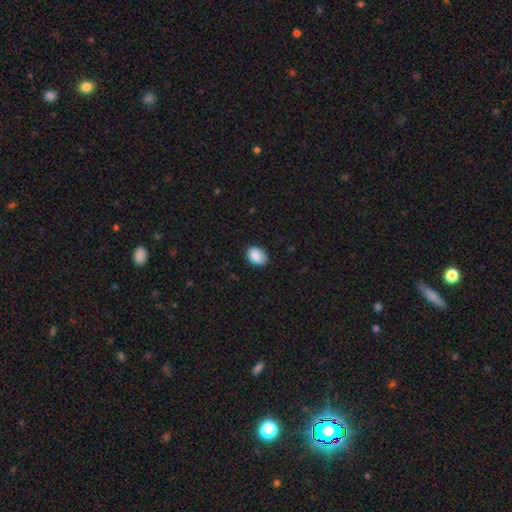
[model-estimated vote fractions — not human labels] A smooth galaxy with no disk features (87%) that is in between round and cigar-shaped (75%).

Vote fractions:
- Smooth or featured? smooth: 87% / star or artifact: 7% / featured or disk: 5%
- How rounded? in between: 75% / round: 25% / cigar-shaped: 1%
- Merging? none: 78% / minor disturbance: 18% / major disturbance: 3% / merger: 1%